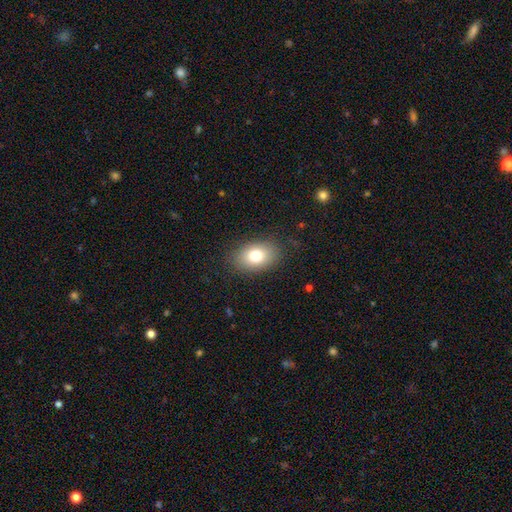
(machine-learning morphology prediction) The model was most divided on "how rounded": in between: 82%, round: 17%, cigar-shaped: 1%. More confident: merging — none (85%); smooth or featured — smooth (78%).